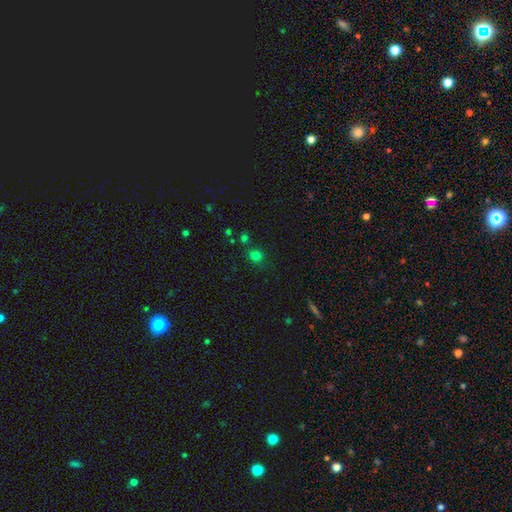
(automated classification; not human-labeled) smooth-or-featured: smooth: 74% | star or artifact: 21% | featured or disk: 5%
  how-rounded: round: 74% | in between: 25% | cigar-shaped: 1%
  merging: none: 77% | minor disturbance: 12% | merger: 8% | major disturbance: 4%